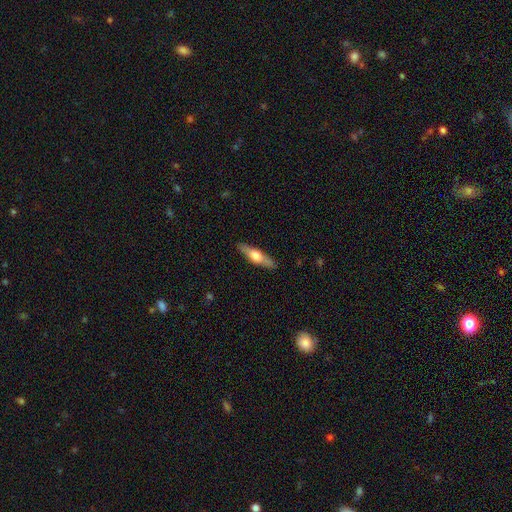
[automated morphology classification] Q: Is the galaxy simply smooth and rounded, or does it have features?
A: featured or disk — 52%.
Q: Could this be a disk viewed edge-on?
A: yes — 92%.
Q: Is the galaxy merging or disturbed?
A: none — 88%.